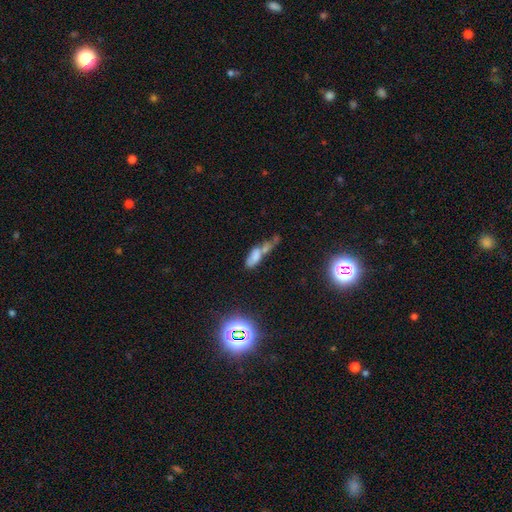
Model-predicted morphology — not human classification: smooth_or_featured: smooth (p=0.60) [alt: featured or disk p=0.23]
how_rounded: in between (p=0.65) [alt: cigar-shaped p=0.31]
merging: merger (p=0.47) [alt: none p=0.21]